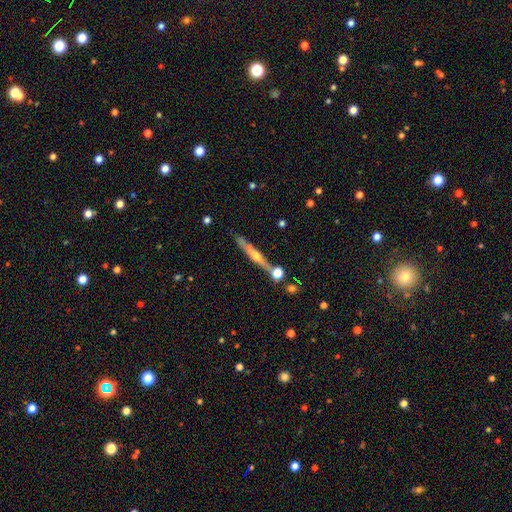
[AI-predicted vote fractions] Overall: featured or disk (70%). Edge-on disk: yes (95%). Edge-on bulge: rounded (78%). Merging: none (76%).